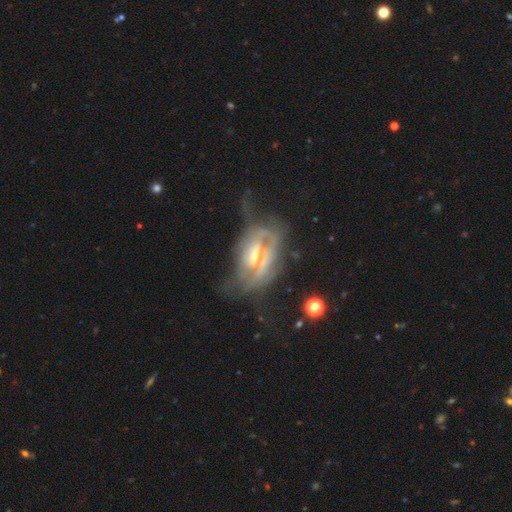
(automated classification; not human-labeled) featured or disk 72%, smooth 20%, star or artifact 8%. Down the decision tree: edge-on disk — no (81%); bar — no (46%); spiral arms — yes (52%); bulge size — moderate (45%); merging — major disturbance (43%).